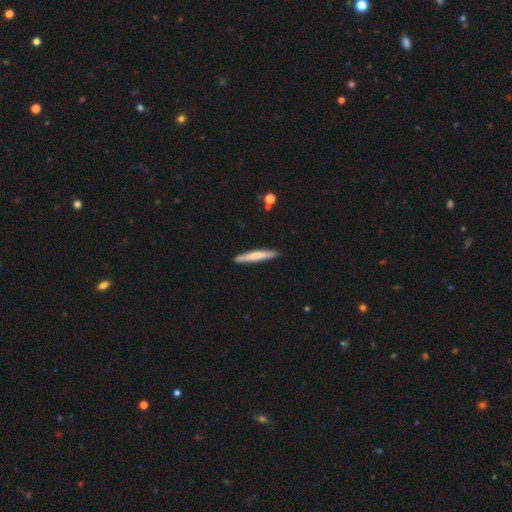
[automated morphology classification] This is likely a smooth galaxy (66%). How rounded: clearly cigar-shaped (95%). Merging: clearly none (89%).